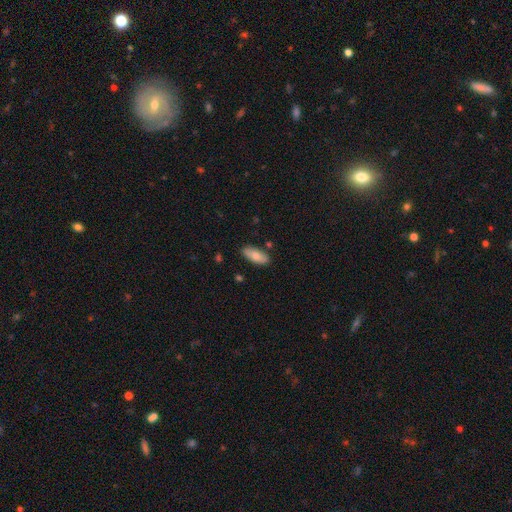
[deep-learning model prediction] A smooth galaxy with no disk features (77%) that is in between round and cigar-shaped (83%).

Vote fractions:
- Smooth or featured? smooth: 77% / featured or disk: 17% / star or artifact: 6%
- How rounded? in between: 83% / cigar-shaped: 15% / round: 2%
- Merging? none: 85% / minor disturbance: 10% / merger: 3% / major disturbance: 2%